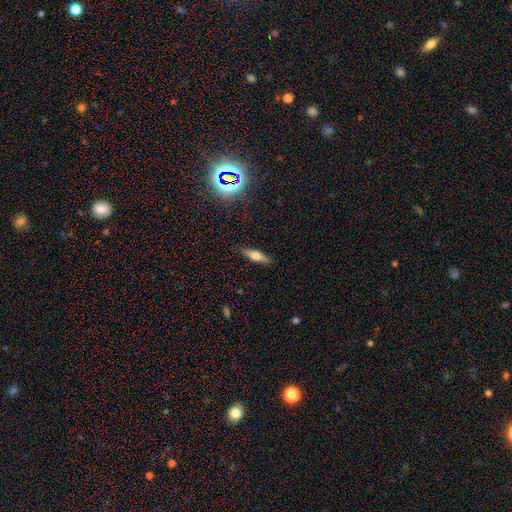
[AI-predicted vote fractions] Smooth or featured? smooth (54%)
How rounded? cigar-shaped (63%)
Merging? none (87%)